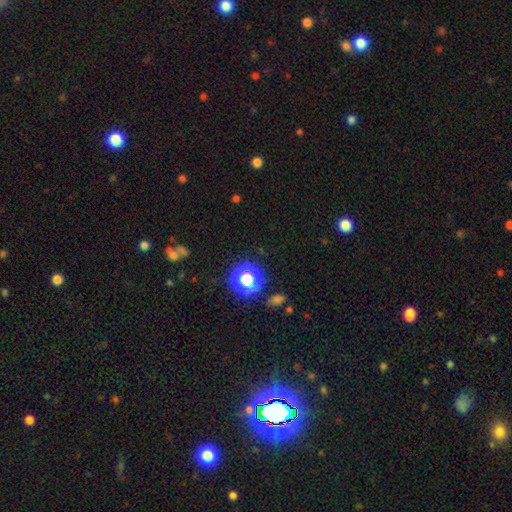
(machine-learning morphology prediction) Overall: star or artifact (73%).